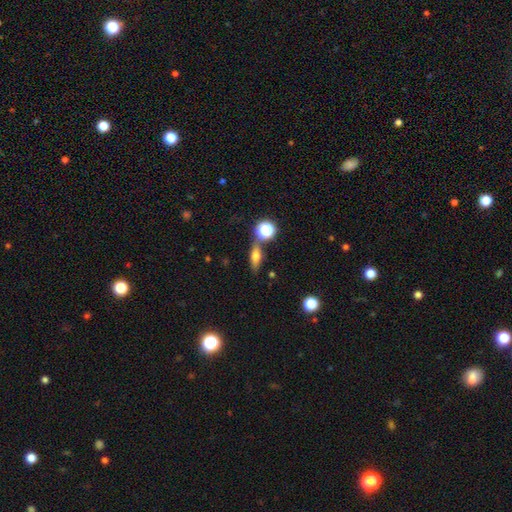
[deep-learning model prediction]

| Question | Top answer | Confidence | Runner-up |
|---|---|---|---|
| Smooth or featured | smooth | 59% | featured or disk (27%) |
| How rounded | in between | 50% | cigar-shaped (35%) |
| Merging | none | 71% | merger (12%) |